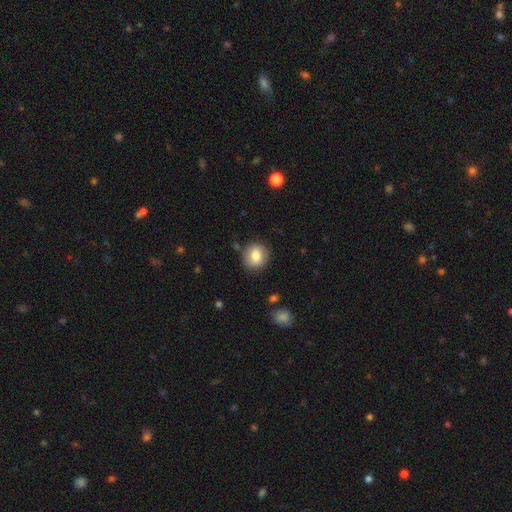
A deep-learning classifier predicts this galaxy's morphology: Overall: smooth (79%). How rounded: round (77%). Merging: none (83%).